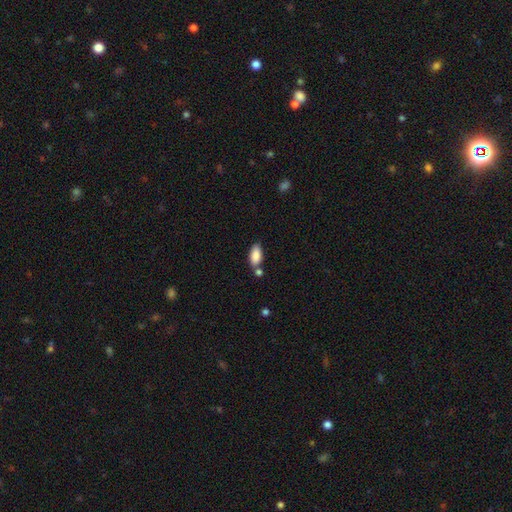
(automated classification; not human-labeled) Morphology: type=smooth (87%); roundness=in between (90%); merging=none (64%).